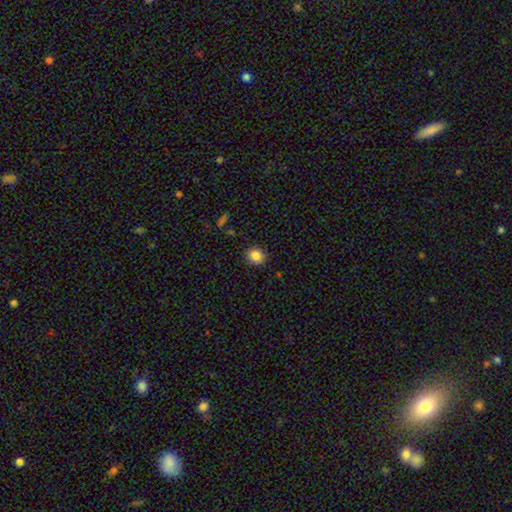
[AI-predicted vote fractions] Smooth or featured? Predicted: smooth (p=0.86). How rounded? Predicted: round (p=0.80). Merging? Predicted: none (p=0.90).